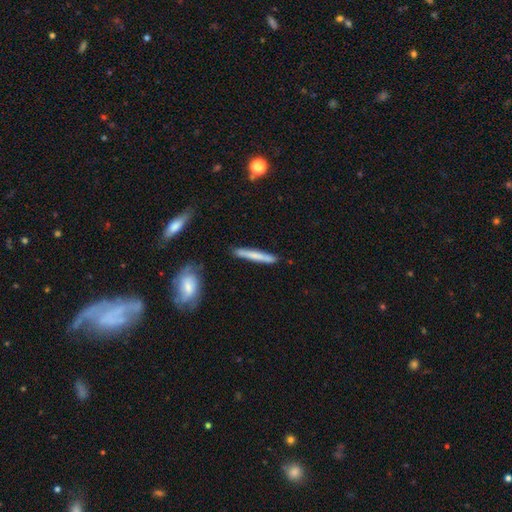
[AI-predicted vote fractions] Smooth or featured?
  - smooth: 65% *
  - featured or disk: 29%
  - star or artifact: 6%
How rounded?
  - cigar-shaped: 95% *
  - in between: 4%
  - round: 1%
Merging?
  - none: 87% *
  - minor disturbance: 9%
  - merger: 2%
  - major disturbance: 2%